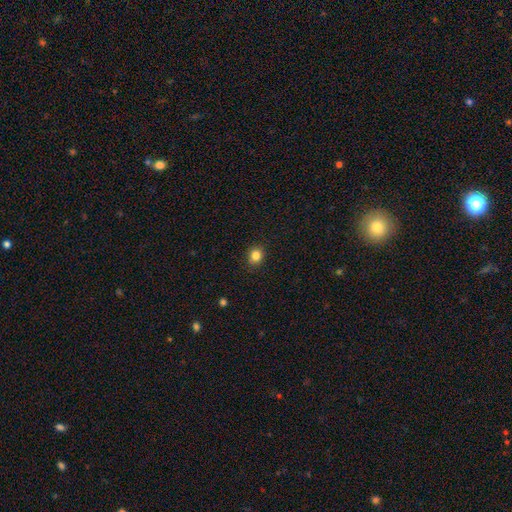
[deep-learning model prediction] This is clearly a smooth galaxy (84%). How rounded: likely round (75%). Merging: clearly none (90%).